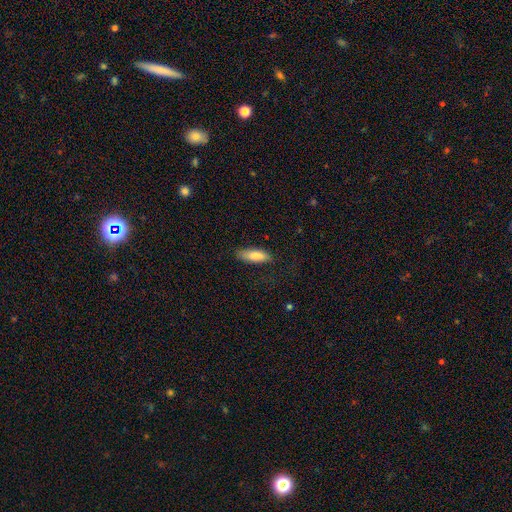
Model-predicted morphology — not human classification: A smooth galaxy with no disk features (82%) that is in between round and cigar-shaped (60%).

Vote fractions:
- Smooth or featured? smooth: 82% / featured or disk: 12% / star or artifact: 6%
- How rounded? in between: 60% / cigar-shaped: 39% / round: 2%
- Merging? none: 80% / minor disturbance: 16% / major disturbance: 4% / merger: 1%